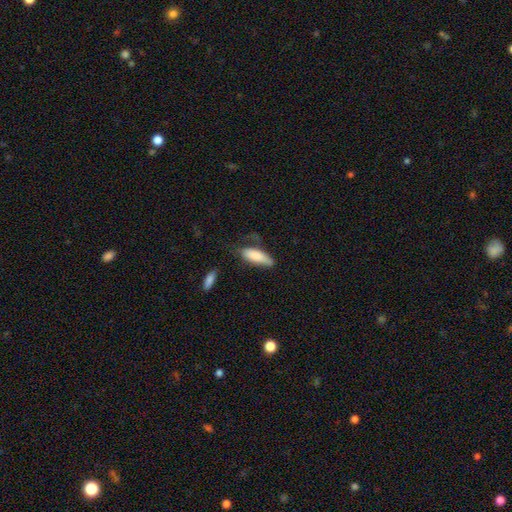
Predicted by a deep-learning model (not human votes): This is clearly a smooth galaxy (81%). How rounded: likely in between (62%). Merging: marginally none (40%).